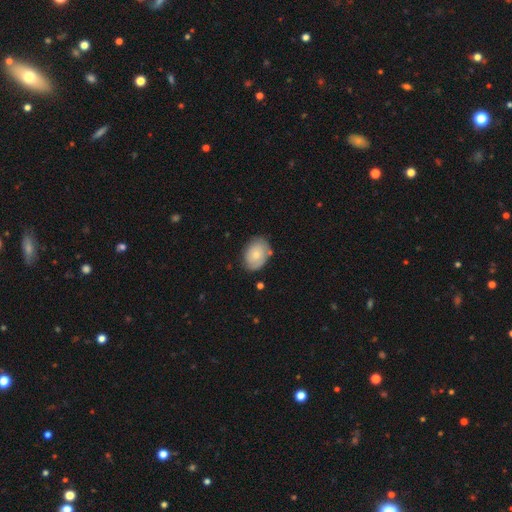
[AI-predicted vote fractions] Smooth or featured? smooth (76%)
How rounded? in between (77%)
Merging? none (75%)